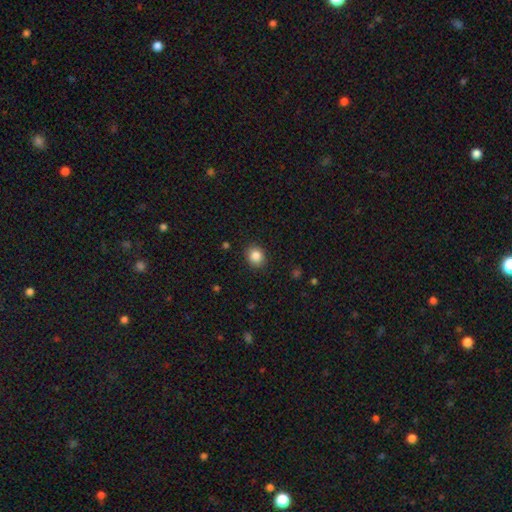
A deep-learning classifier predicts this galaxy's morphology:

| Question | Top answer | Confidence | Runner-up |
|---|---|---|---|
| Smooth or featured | smooth | 85% | star or artifact (10%) |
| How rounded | round | 74% | in between (25%) |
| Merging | none | 89% | minor disturbance (8%) |